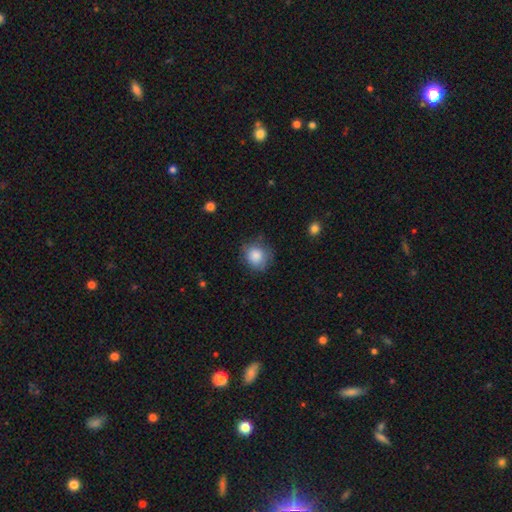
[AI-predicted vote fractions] A smooth galaxy with no disk features (84%) that is round (81%).

Vote fractions:
- Smooth or featured? smooth: 84% / star or artifact: 8% / featured or disk: 8%
- How rounded? round: 81% / in between: 18% / cigar-shaped: 1%
- Merging? none: 73% / minor disturbance: 20% / major disturbance: 6% / merger: 1%